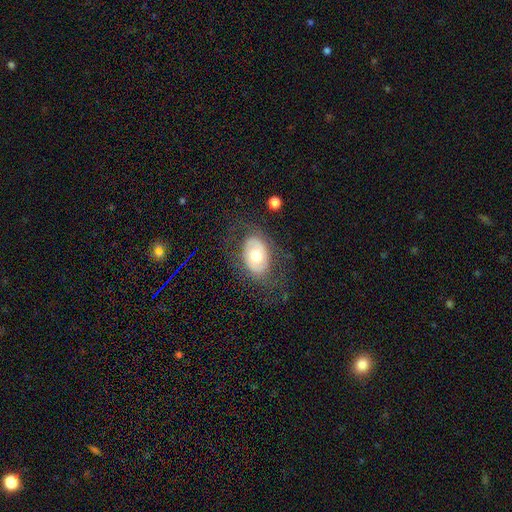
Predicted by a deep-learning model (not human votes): Smooth or featured: smooth — 48% (featured or disk — 45%)
Merging: none — 70% (minor disturbance — 16%)